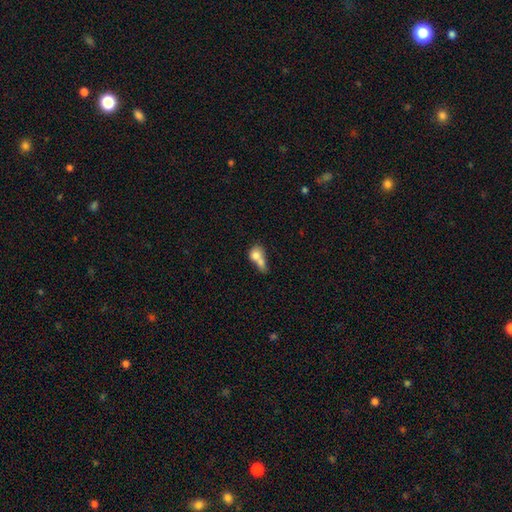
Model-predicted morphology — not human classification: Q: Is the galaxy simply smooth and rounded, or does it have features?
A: smooth — 72%.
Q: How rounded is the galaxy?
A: round — 51%.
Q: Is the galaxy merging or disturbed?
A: merger — 67%.